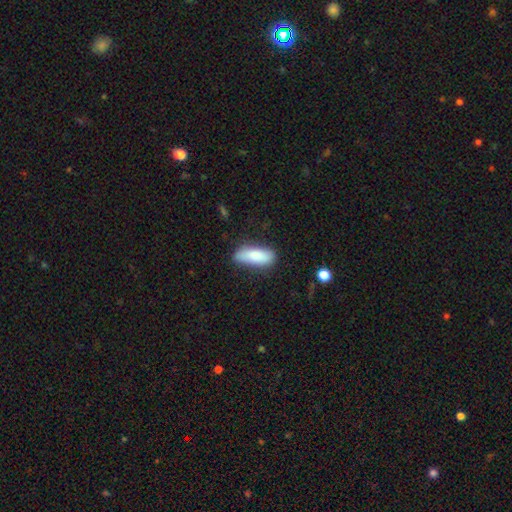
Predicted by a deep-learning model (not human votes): Morphology: type=smooth (82%); roundness=in between (66%); merging=none (76%).